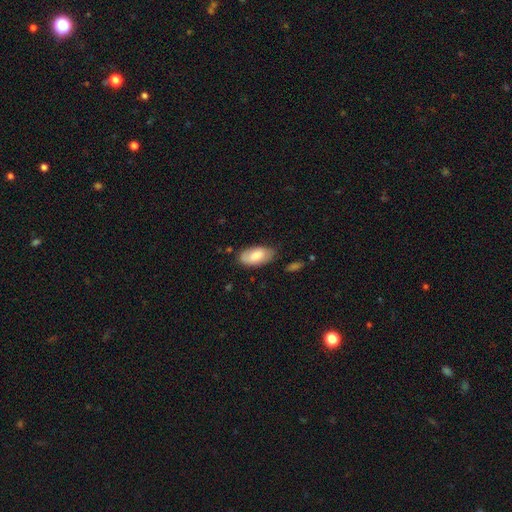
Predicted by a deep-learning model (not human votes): Morphology: type=smooth (70%); roundness=in between (94%); merging=none (71%).